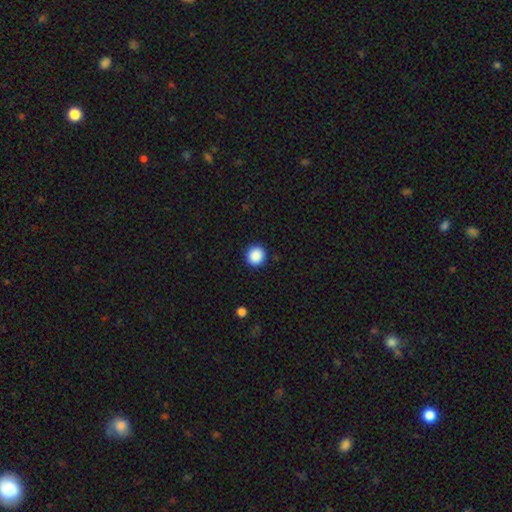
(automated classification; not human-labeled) Smooth or featured? Predicted: smooth (p=0.89). How rounded? Predicted: round (p=0.93). Merging? Predicted: none (p=0.92).